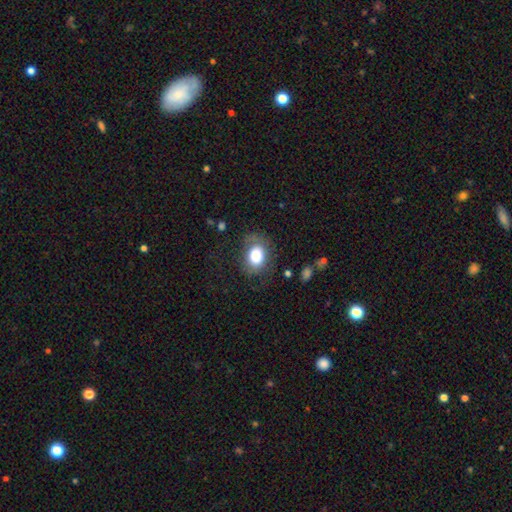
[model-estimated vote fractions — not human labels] Q: Smooth or featured?
A: smooth (77%); runner-up: featured or disk (15%)
Q: How rounded?
A: in between (67%); runner-up: round (32%)
Q: Merging?
A: none (63%); runner-up: minor disturbance (21%)